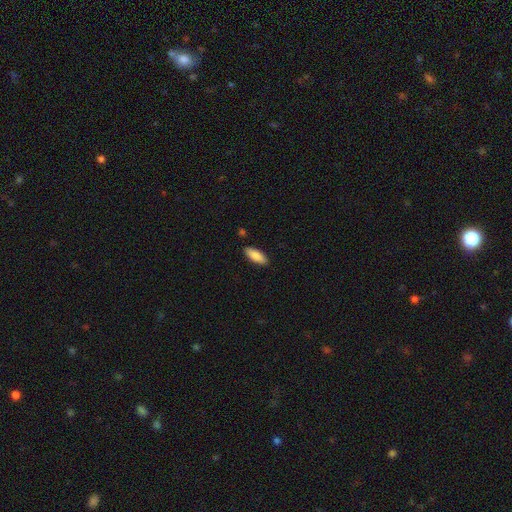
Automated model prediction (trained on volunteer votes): A smooth galaxy with no disk features (85%) that is in between round and cigar-shaped (72%).

Vote fractions:
- Smooth or featured? smooth: 85% / featured or disk: 9% / star or artifact: 6%
- How rounded? in between: 72% / cigar-shaped: 26% / round: 2%
- Merging? none: 87% / minor disturbance: 9% / major disturbance: 2% / merger: 2%